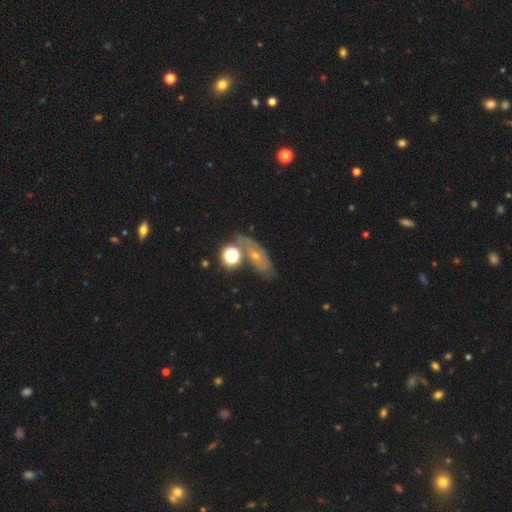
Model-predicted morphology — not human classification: This is possibly a featured or disk galaxy (45%). Merging: possibly none (52%).